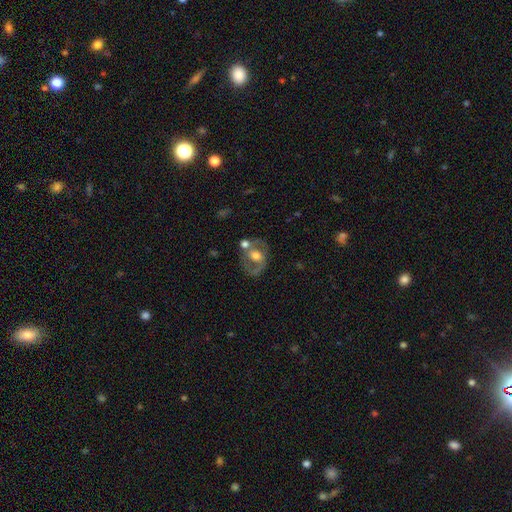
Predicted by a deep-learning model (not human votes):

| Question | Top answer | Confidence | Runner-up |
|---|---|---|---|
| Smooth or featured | featured or disk | 60% | smooth (33%) |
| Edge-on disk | no | 95% | yes (5%) |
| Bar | no | 61% | weak (28%) |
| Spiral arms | no | 54% | yes (46%) |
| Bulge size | moderate | 57% | large (28%) |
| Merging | none | 53% | merger (19%) |